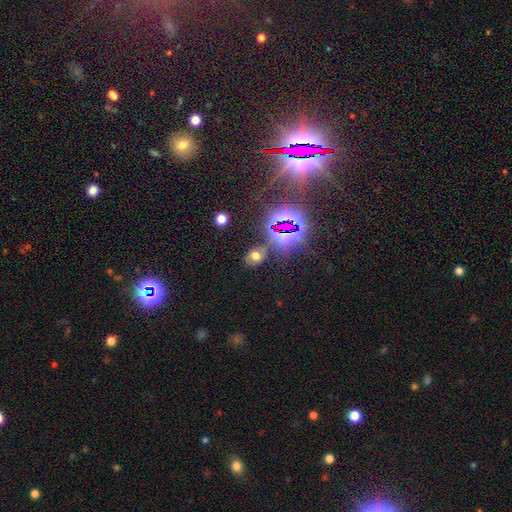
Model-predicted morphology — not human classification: A smooth galaxy with no disk features (53%) that is in between round and cigar-shaped (57%).

Vote fractions:
- Smooth or featured? smooth: 53% / star or artifact: 36% / featured or disk: 11%
- How rounded? in between: 57% / round: 41% / cigar-shaped: 2%
- Merging? none: 68% / minor disturbance: 16% / merger: 10% / major disturbance: 7%